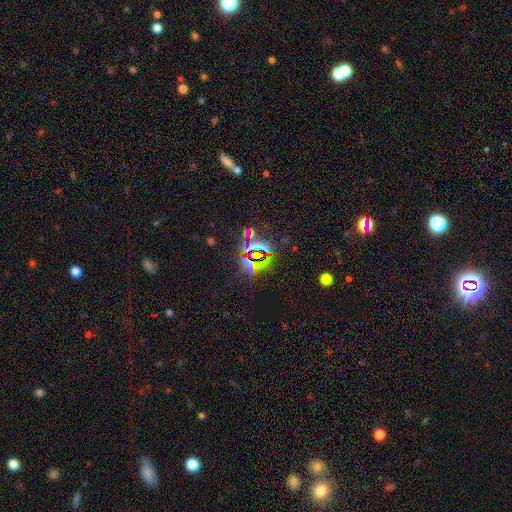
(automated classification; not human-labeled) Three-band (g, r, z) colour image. It shows a star or artifact, not a galaxy (80%).